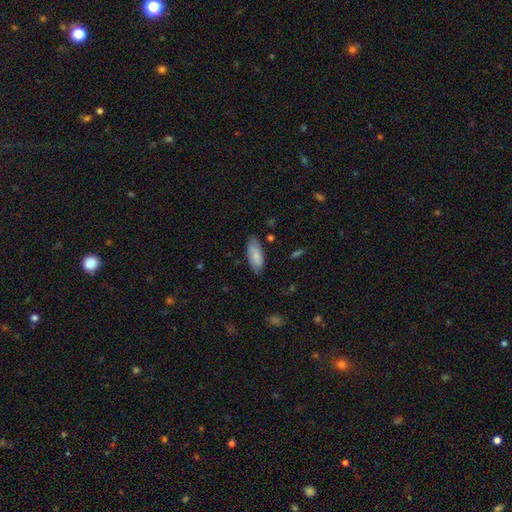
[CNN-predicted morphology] smooth_or_featured: smooth (p=0.79) [alt: featured or disk p=0.15]
how_rounded: in between (p=0.81) [alt: cigar-shaped p=0.18]
merging: none (p=0.76) [alt: minor disturbance p=0.19]